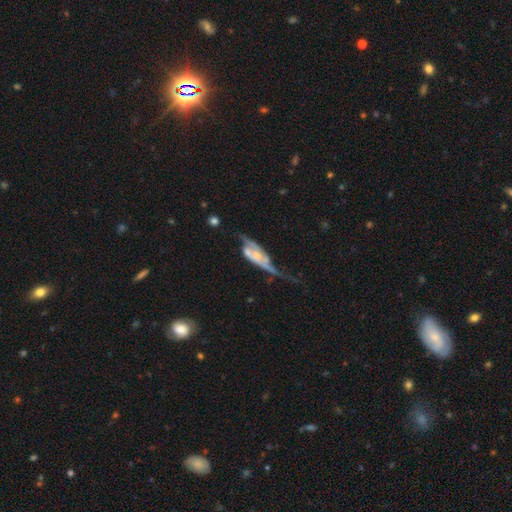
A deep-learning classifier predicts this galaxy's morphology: featured or disk 76%, smooth 18%, star or artifact 6%. Down the decision tree: edge-on disk — no (78%); bar — no (64%); spiral arms — yes (74%); bulge size — small (47%); merging — major disturbance (33%).